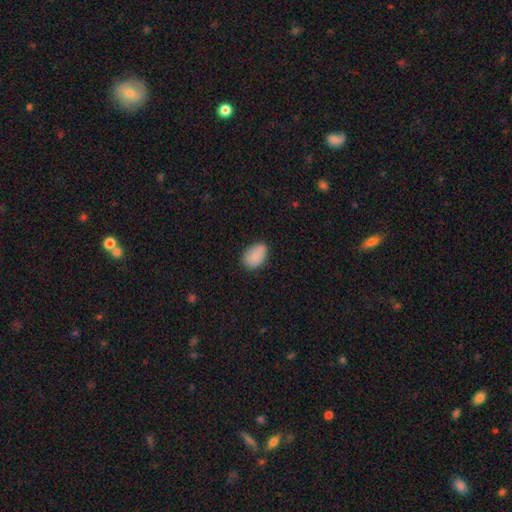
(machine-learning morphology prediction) smooth 83%, featured or disk 10%, star or artifact 8%. Down the decision tree: how rounded — in between (83%); merging — none (72%).